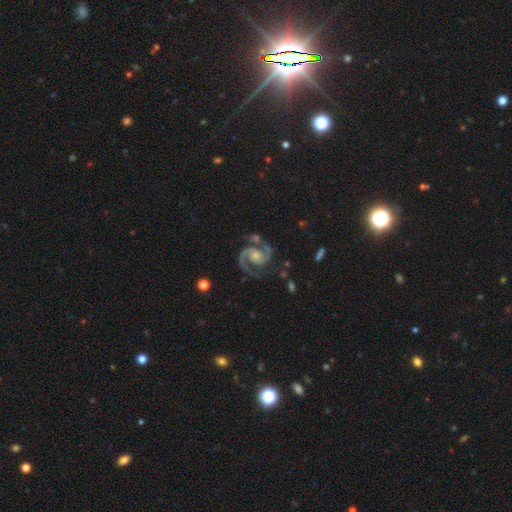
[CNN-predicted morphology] This appears to be a featured or disk galaxy (93%) with no bar (62%), 2 (94%) medium (60%) spiral arms (99%) and a moderate central bulge (43%). Merging: none (75%).